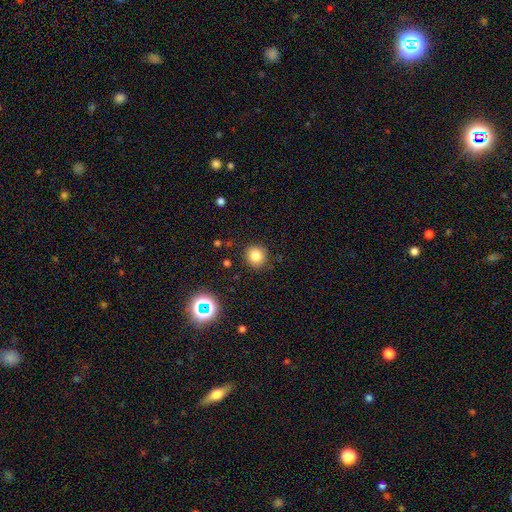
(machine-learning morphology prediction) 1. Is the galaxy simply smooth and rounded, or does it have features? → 81% smooth, 13% star or artifact, 6% featured or disk.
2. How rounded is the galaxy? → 90% round, 9% in between, 1% cigar-shaped.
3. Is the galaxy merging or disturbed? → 87% none, 9% minor disturbance, 3% major disturbance, 2% merger.